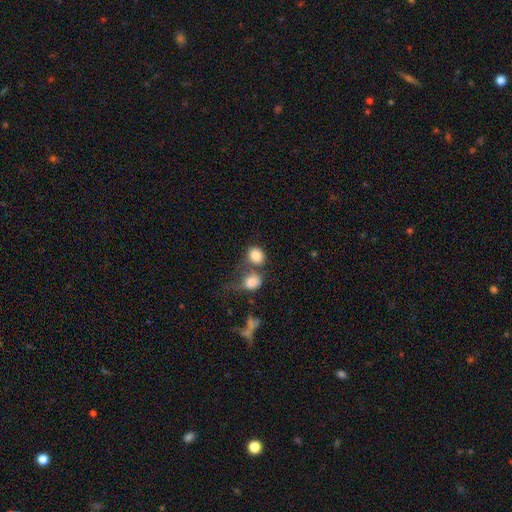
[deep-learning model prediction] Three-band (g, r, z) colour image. It shows a smooth galaxy with no disk features (84%) that is round (57%). Merging: none (40%, tied with merger).